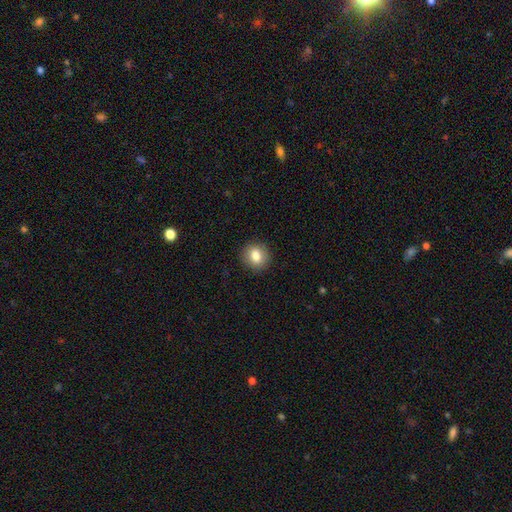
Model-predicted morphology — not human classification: This is clearly a smooth galaxy (82%). How rounded: clearly round (83%). Merging: clearly none (91%).